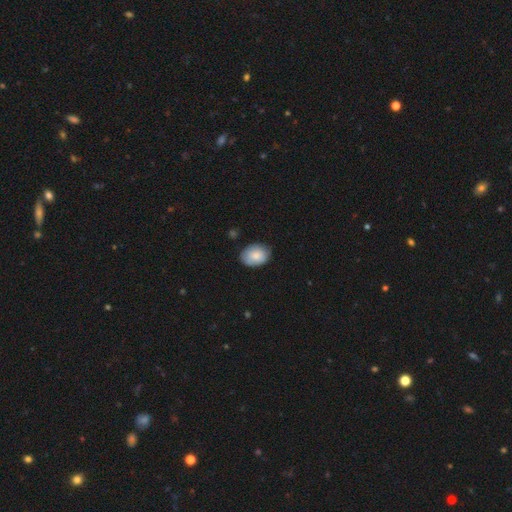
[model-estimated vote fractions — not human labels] Smooth or featured? Predicted: smooth (p=0.81). How rounded? Predicted: in between (p=0.74). Merging? Predicted: none (p=0.76).